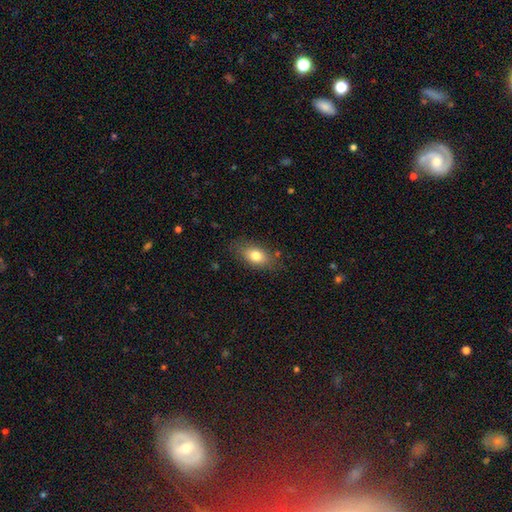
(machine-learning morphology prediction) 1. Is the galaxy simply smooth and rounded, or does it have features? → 79% smooth, 13% featured or disk, 8% star or artifact.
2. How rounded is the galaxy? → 84% in between, 11% round, 5% cigar-shaped.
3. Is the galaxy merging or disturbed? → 79% none, 15% minor disturbance, 4% major disturbance, 2% merger.